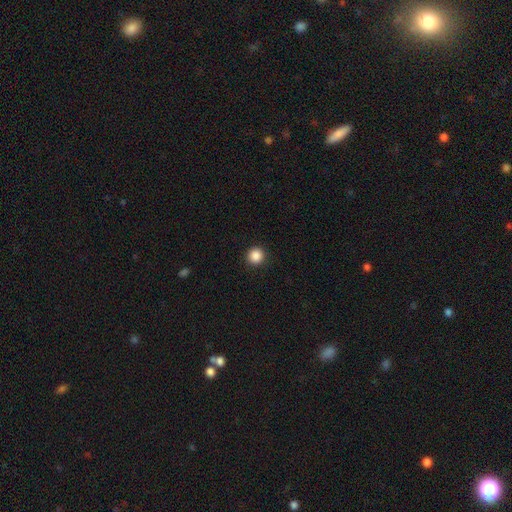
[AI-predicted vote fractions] Smooth or featured?
  - smooth: 88% *
  - star or artifact: 10%
  - featured or disk: 3%
How rounded?
  - round: 95% *
  - in between: 4%
  - cigar-shaped: 1%
Merging?
  - none: 93% *
  - minor disturbance: 5%
  - major disturbance: 2%
  - merger: 1%